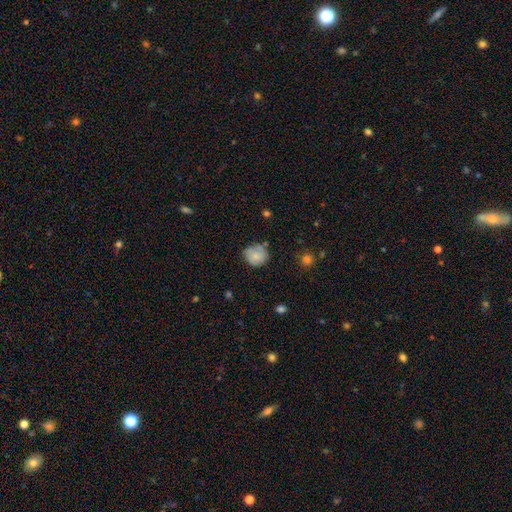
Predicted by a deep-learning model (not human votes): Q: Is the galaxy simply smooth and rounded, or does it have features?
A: smooth — 76%.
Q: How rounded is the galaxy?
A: round — 79%.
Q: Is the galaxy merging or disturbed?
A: none — 65%.